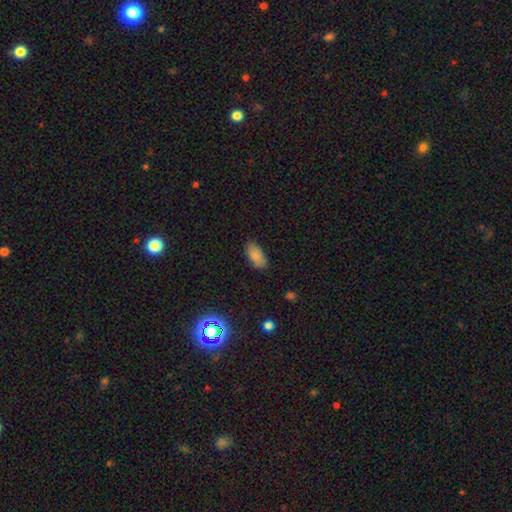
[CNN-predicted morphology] Smooth or featured: smooth — 85% (star or artifact — 9%)
How rounded: in between — 92% (cigar-shaped — 6%)
Merging: none — 84% (minor disturbance — 12%)